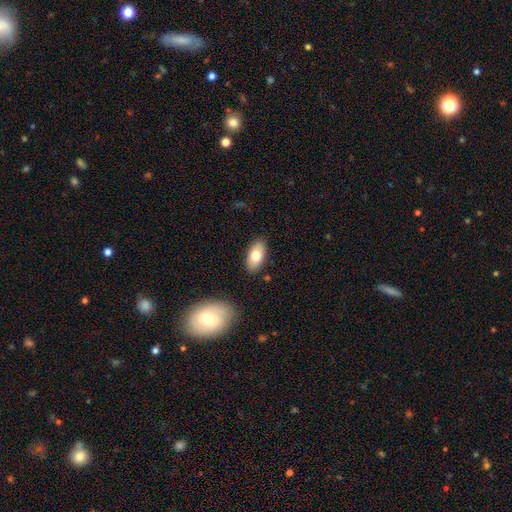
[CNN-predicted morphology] A smooth galaxy with no disk features (78%) that is in between round and cigar-shaped (91%). Merging: none (87%).